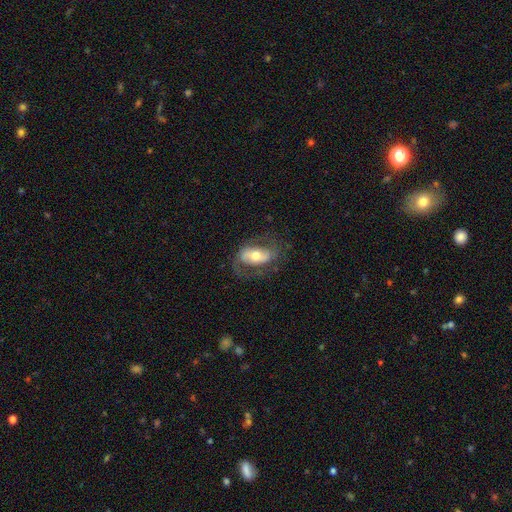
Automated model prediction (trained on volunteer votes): Morphology: type=featured or disk (61%); edge-on=no (91%); bar=no (37%); spiral arms=yes (71%); bulge=moderate (68%); merging=none (63%).